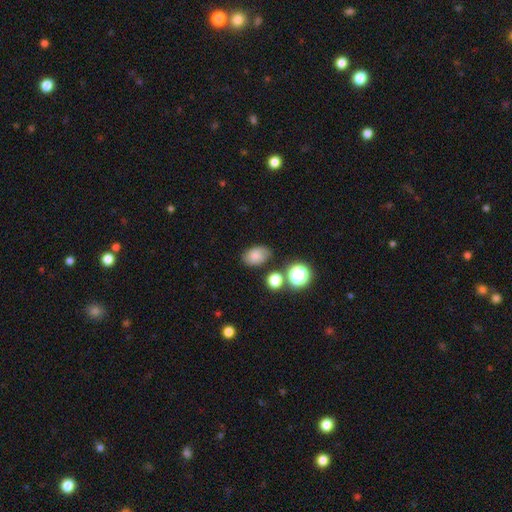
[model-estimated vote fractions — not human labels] Smooth or featured? smooth (70%)
How rounded? in between (81%)
Merging? none (72%)